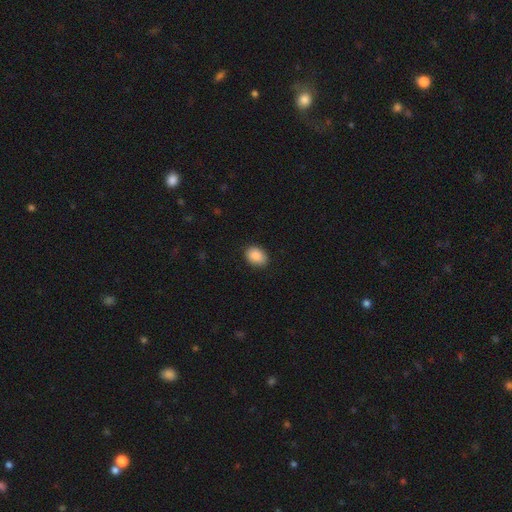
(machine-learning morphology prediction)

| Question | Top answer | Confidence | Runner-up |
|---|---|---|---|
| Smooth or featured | smooth | 89% | star or artifact (7%) |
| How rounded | in between | 76% | round (23%) |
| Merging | none | 88% | minor disturbance (9%) |